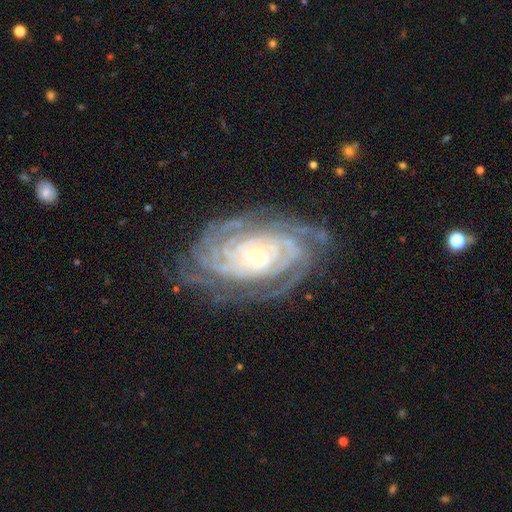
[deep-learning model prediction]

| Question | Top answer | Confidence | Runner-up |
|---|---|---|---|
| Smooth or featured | featured or disk | 90% | star or artifact (5%) |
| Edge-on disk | no | 96% | yes (4%) |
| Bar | no | 71% | weak (19%) |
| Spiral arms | yes | 98% | no (2%) |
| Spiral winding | tight | 81% | medium (16%) |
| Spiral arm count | can't tell | 24% | 4 (22%) |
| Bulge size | small | 64% | moderate (31%) |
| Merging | none | 75% | minor disturbance (17%) |